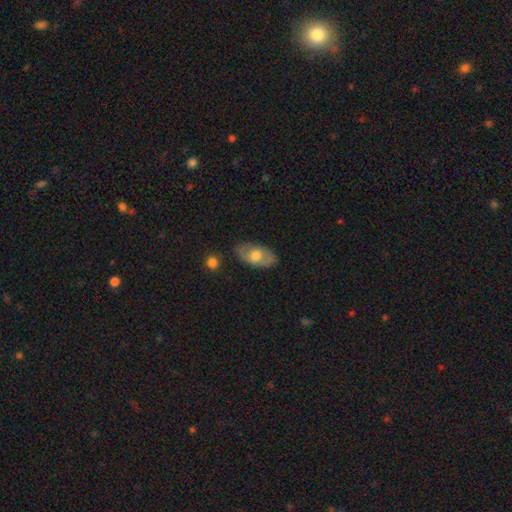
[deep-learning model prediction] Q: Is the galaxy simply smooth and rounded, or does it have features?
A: smooth — 53%.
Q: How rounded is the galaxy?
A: in between — 90%.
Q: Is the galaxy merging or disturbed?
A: none — 79%.